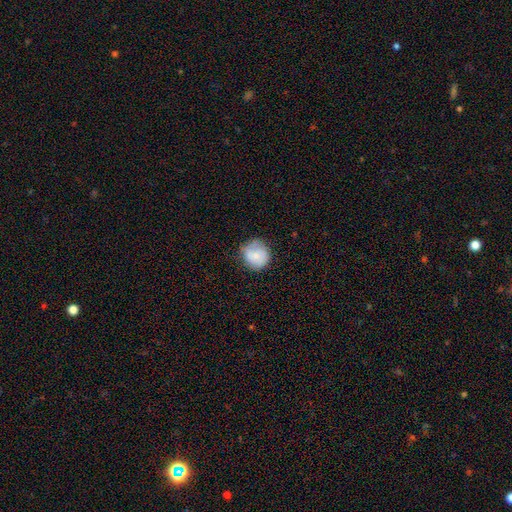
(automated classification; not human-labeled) A smooth galaxy with no disk features (76%) that is round (88%). Merging: none (73%).